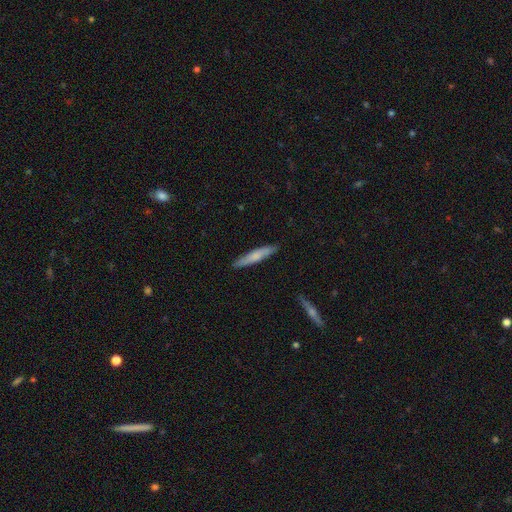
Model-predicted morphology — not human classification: A smooth galaxy with no disk features (66%) that is cigar-shaped (91%).

Vote fractions:
- Smooth or featured? smooth: 66% / featured or disk: 28% / star or artifact: 5%
- How rounded? cigar-shaped: 91% / in between: 8% / round: 1%
- Merging? none: 89% / minor disturbance: 9% / major disturbance: 2% / merger: 1%